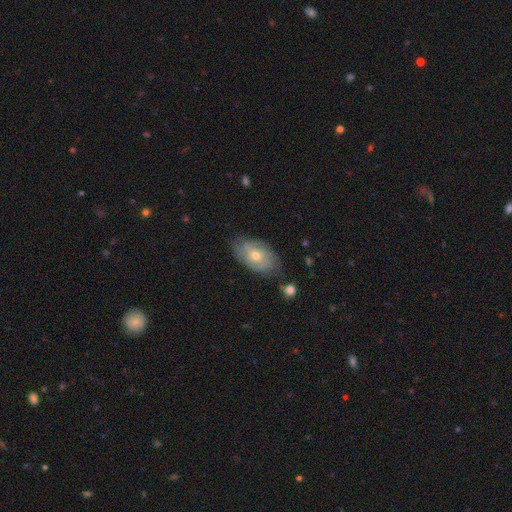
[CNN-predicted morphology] Overall: featured or disk (54%; smooth 39%). Edge-on disk: no (92%). Merging: none (71%).